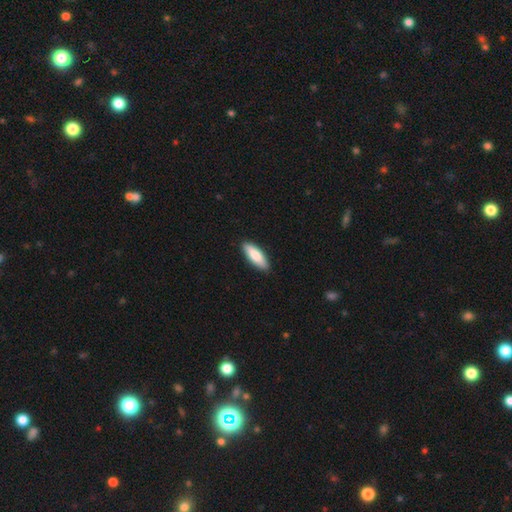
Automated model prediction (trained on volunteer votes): Smooth or featured: smooth — 81% (featured or disk — 14%)
How rounded: in between — 62% (cigar-shaped — 37%)
Merging: none — 89% (minor disturbance — 8%)